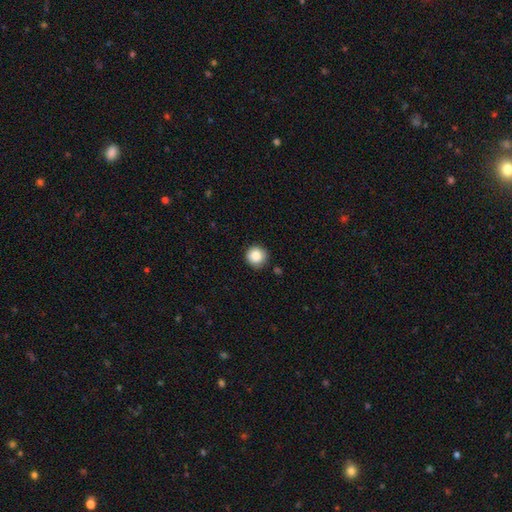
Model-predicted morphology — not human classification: Smooth or featured?
  - smooth: 85% *
  - star or artifact: 9%
  - featured or disk: 6%
How rounded?
  - round: 95% *
  - in between: 4%
  - cigar-shaped: 1%
Merging?
  - none: 84% *
  - minor disturbance: 12%
  - major disturbance: 2%
  - merger: 2%